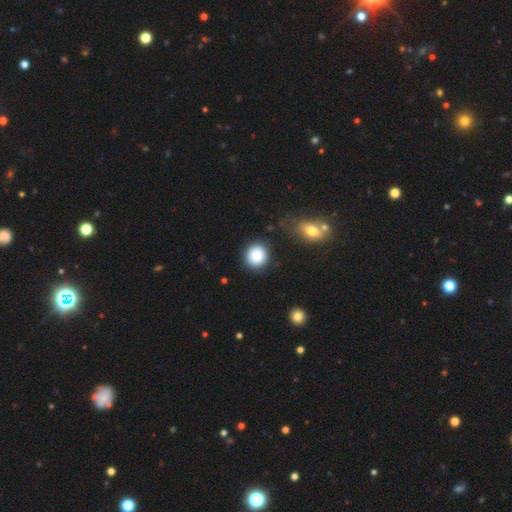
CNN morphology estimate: Q: Smooth or featured?
A: smooth (87%); runner-up: star or artifact (8%)
Q: How rounded?
A: round (88%); runner-up: in between (11%)
Q: Merging?
A: none (84%); runner-up: minor disturbance (10%)